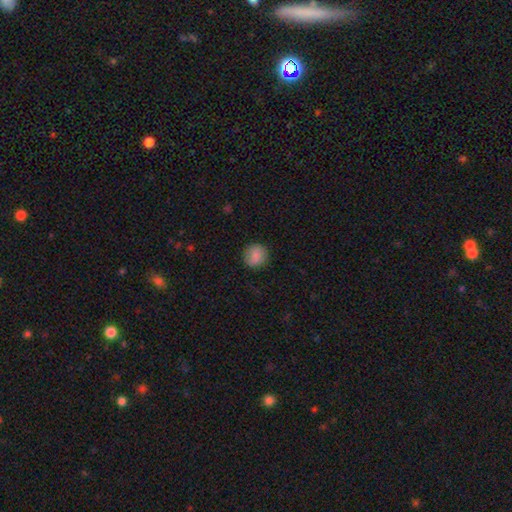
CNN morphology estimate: A smooth galaxy with no disk features (85%) that is round (92%). Merging: none (87%).